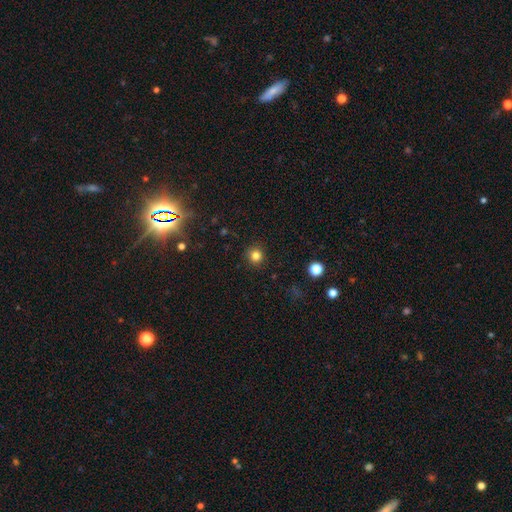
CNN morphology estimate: The model was most divided on "smooth or featured": smooth: 82%, star or artifact: 13%, featured or disk: 5%. More confident: how rounded — round (94%); merging — none (91%).